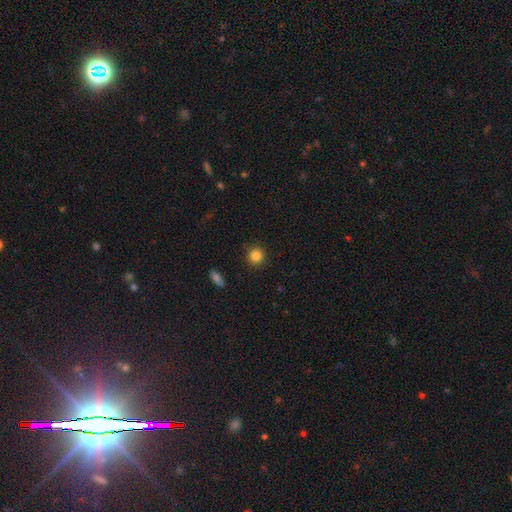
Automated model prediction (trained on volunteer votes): This is clearly a smooth galaxy (85%). How rounded: clearly round (92%). Merging: clearly none (90%).